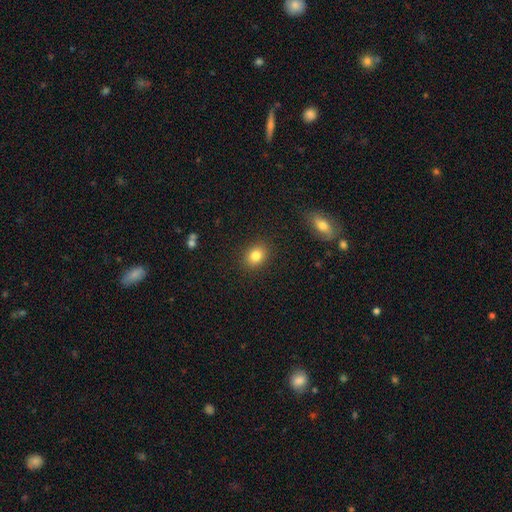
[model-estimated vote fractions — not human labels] Smooth or featured? smooth (82%)
How rounded? round (54%)
Merging? none (89%)